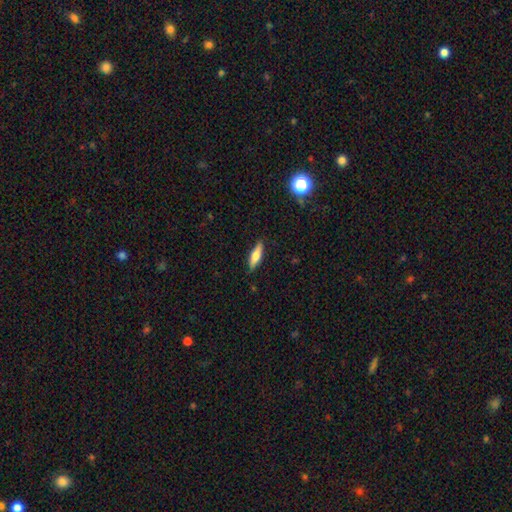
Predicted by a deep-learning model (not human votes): smooth 60%, featured or disk 34%, star or artifact 7%. Down the decision tree: how rounded — cigar-shaped (59%); merging — none (86%).